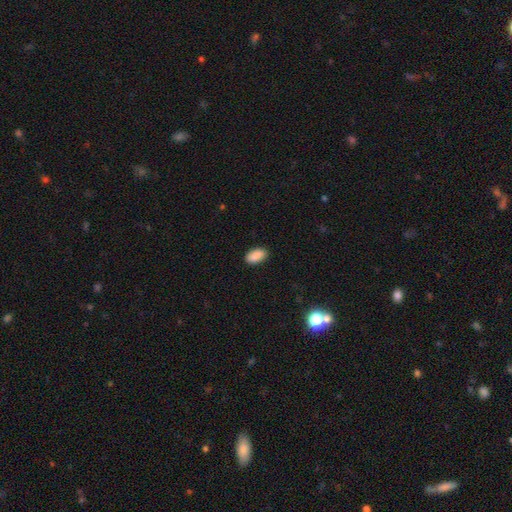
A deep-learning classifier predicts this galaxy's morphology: Smooth or featured: smooth — 89% (star or artifact — 7%)
How rounded: in between — 93% (round — 4%)
Merging: none — 88% (minor disturbance — 9%)